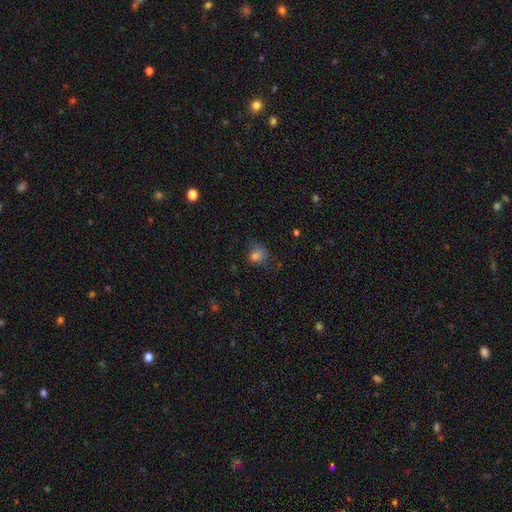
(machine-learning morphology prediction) smooth_or_featured: smooth (p=0.77) [alt: star or artifact p=0.15]
how_rounded: round (p=0.66) [alt: in between p=0.33]
merging: none (p=0.57) [alt: minor disturbance p=0.27]